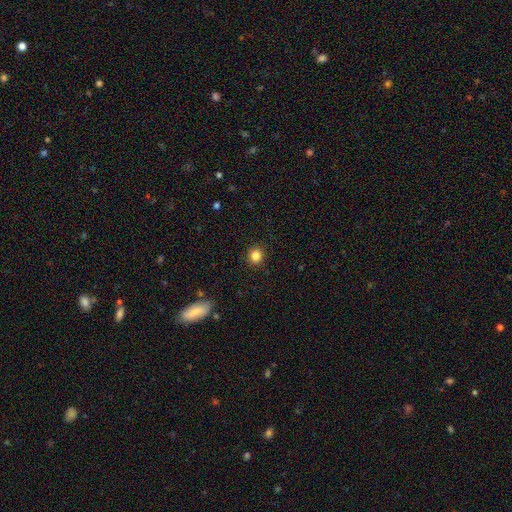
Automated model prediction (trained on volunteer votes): This is clearly a smooth galaxy (84%). How rounded: clearly round (88%). Merging: clearly none (91%).